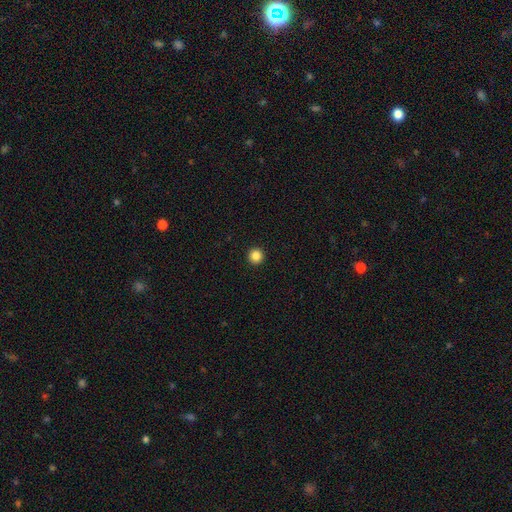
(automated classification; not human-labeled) Smooth or featured? Predicted: smooth (p=0.86). How rounded? Predicted: round (p=0.96). Merging? Predicted: none (p=0.94).